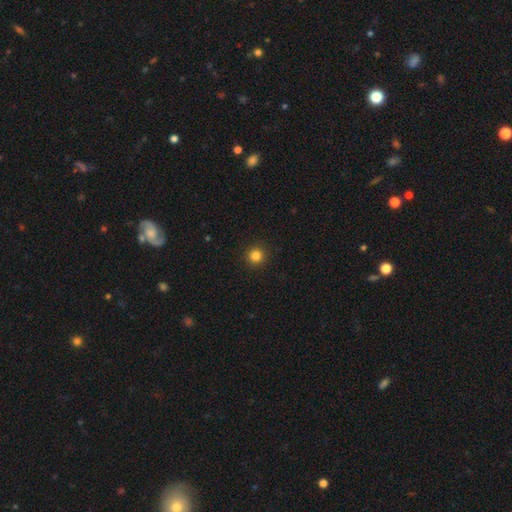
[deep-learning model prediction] Smooth or featured? Predicted: smooth (p=0.84). How rounded? Predicted: round (p=0.95). Merging? Predicted: none (p=0.93).